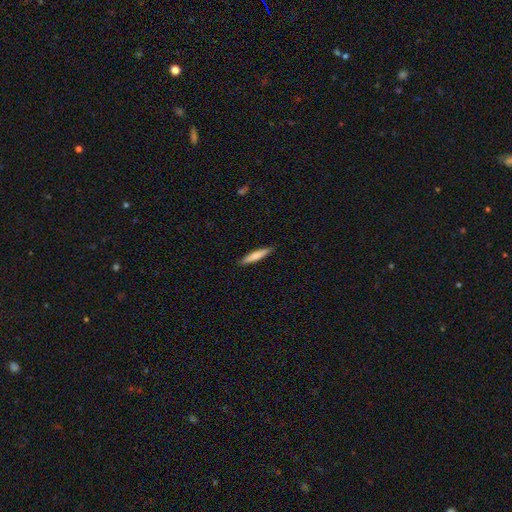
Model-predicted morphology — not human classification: Smooth or featured? smooth (72%)
How rounded? cigar-shaped (90%)
Merging? none (90%)